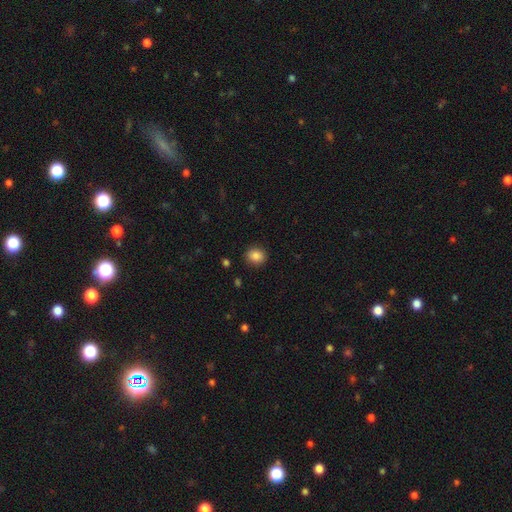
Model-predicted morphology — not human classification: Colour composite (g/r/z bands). It shows a smooth galaxy with no disk features (86%) that is round (71%). Merging: none (89%).